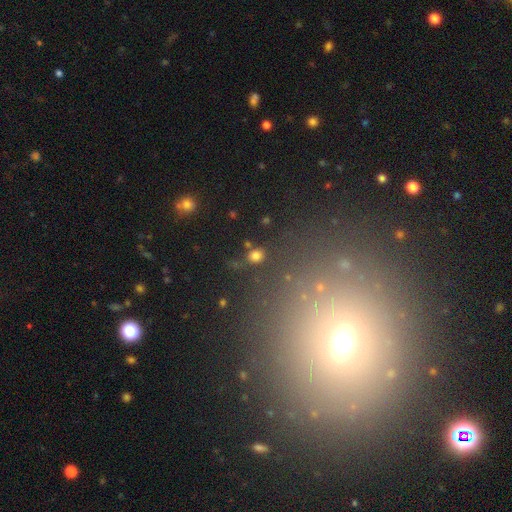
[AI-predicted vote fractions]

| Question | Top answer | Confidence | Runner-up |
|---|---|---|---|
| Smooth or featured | smooth | 78% | star or artifact (16%) |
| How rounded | round | 69% | in between (30%) |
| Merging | none | 76% | minor disturbance (12%) |